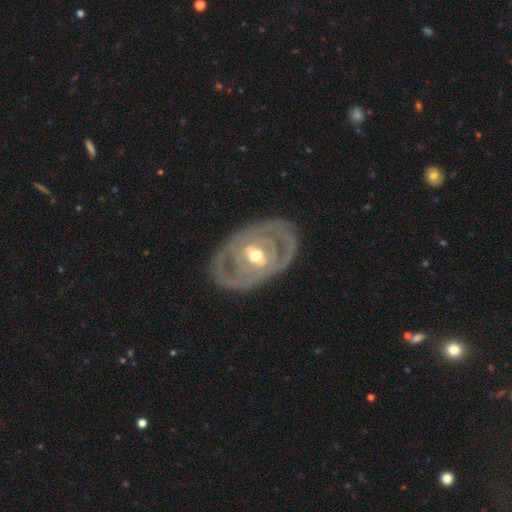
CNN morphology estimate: Smooth or featured? featured or disk (83%)
Edge-on disk? no (95%)
Bar? weak (41%)
Spiral arms? yes (68%)
Spiral winding? tight (66%)
Spiral arm count? 2 (51%)
Bulge size? moderate (70%)
Merging? none (79%)